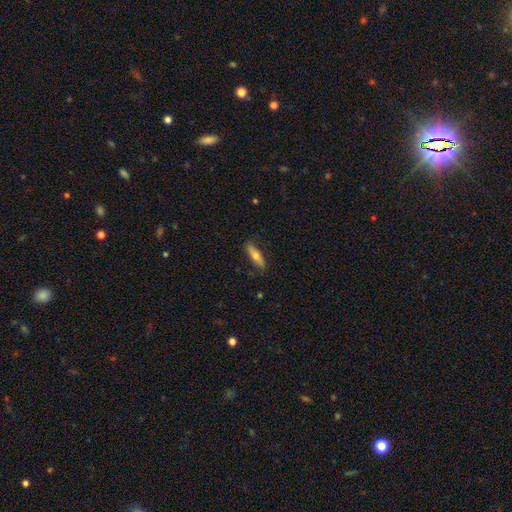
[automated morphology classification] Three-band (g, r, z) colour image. It shows a smooth galaxy with no disk features (65%) that is cigar-shaped (66%). Merging: none (84%).